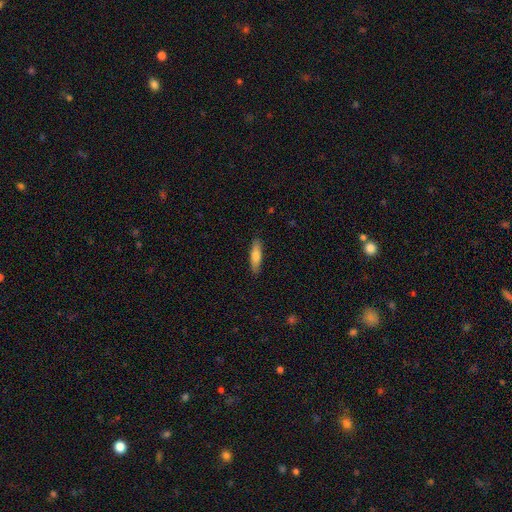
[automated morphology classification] smooth_or_featured: smooth (p=0.71) [alt: featured or disk p=0.23]
how_rounded: cigar-shaped (p=0.68) [alt: in between p=0.30]
merging: none (p=0.89) [alt: minor disturbance p=0.08]